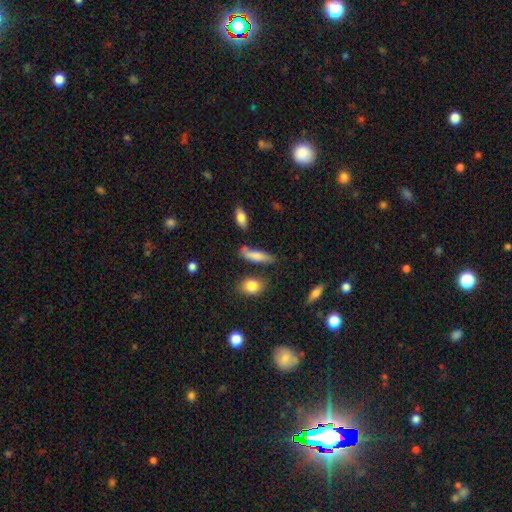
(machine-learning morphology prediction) Smooth or featured? Predicted: smooth (p=0.77). How rounded? Predicted: cigar-shaped (p=0.64). Merging? Predicted: none (p=0.67).